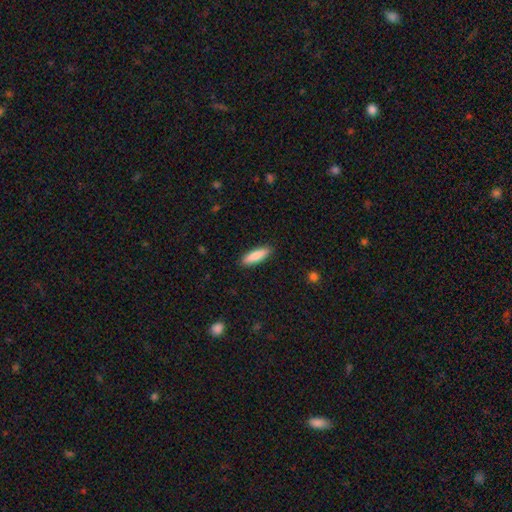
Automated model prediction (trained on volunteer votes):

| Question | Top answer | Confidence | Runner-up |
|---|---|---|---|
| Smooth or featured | smooth | 87% | featured or disk (7%) |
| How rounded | cigar-shaped | 60% | in between (39%) |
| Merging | none | 89% | minor disturbance (8%) |